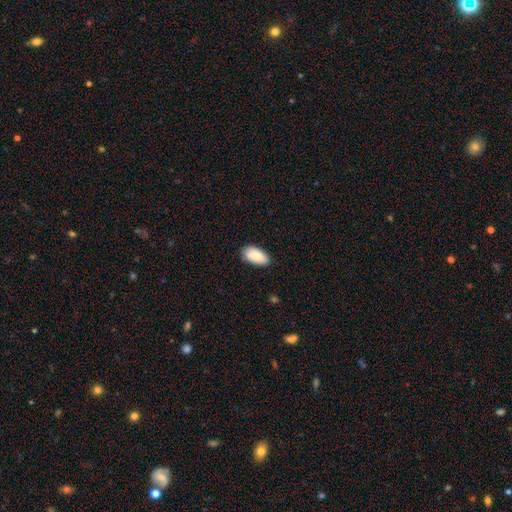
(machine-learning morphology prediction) This appears to be a smooth galaxy with no disk features (85%) that is in between round and cigar-shaped (94%). Merging: none (81%).